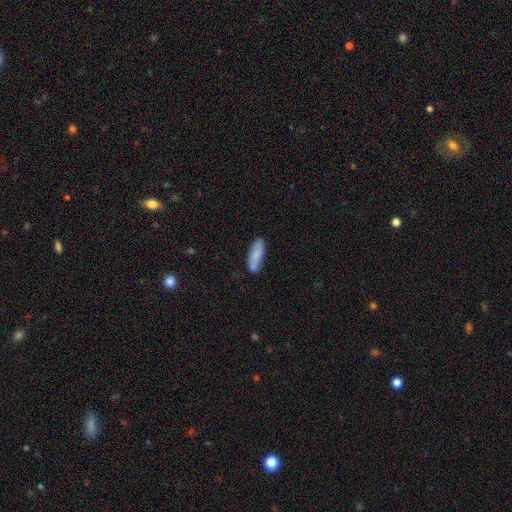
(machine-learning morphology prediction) The model was most divided on "how rounded": cigar-shaped: 54%, in between: 44%, round: 2%. More confident: smooth or featured — smooth (78%); merging — none (74%).